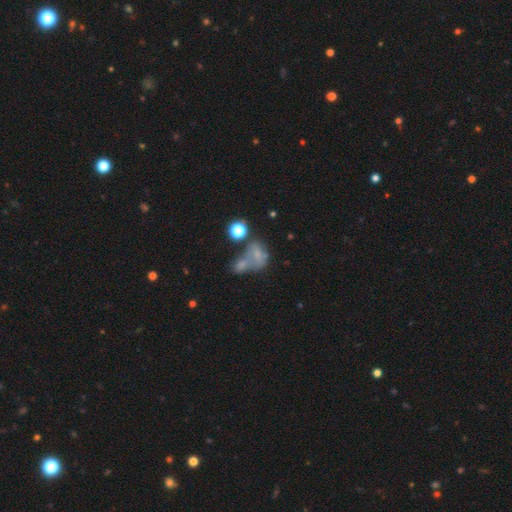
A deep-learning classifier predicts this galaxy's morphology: This is possibly a smooth galaxy (55%). How rounded: likely in between (64%). Merging: possibly merger (52%).